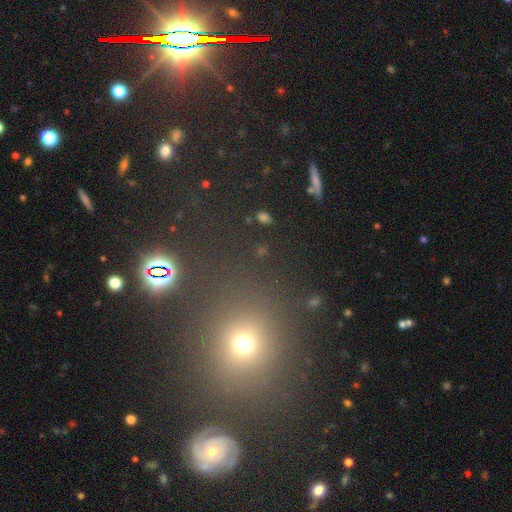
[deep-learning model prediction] smooth_or_featured: star or artifact (p=0.53) [alt: smooth p=0.38]